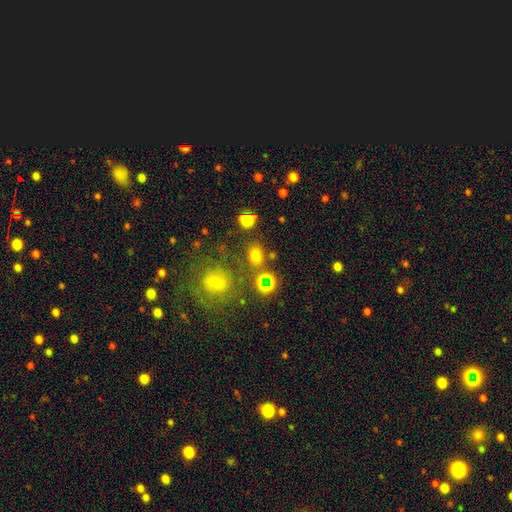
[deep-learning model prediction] smooth_or_featured: smooth (p=0.70) [alt: star or artifact p=0.23]
how_rounded: in between (p=0.54) [alt: round p=0.45]
merging: none (p=0.75) [alt: minor disturbance p=0.11]